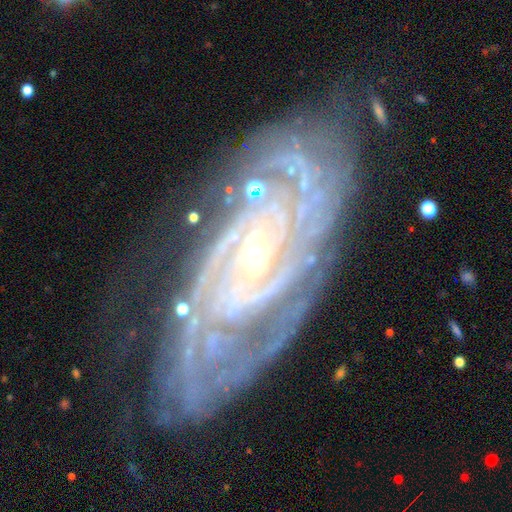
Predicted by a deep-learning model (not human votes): This appears to be a featured or disk galaxy (90%) with no bar (50%), 2 (27%) tight (72%) spiral arms (97%) and a small central bulge (48%). Merging: none (66%).